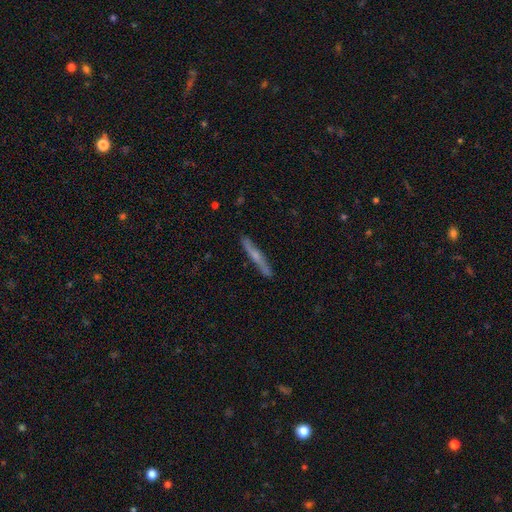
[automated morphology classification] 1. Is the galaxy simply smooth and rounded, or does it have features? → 54% featured or disk, 39% smooth, 7% star or artifact.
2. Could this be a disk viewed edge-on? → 92% yes, 8% no.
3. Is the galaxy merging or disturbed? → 87% none, 10% minor disturbance, 2% major disturbance, 1% merger.